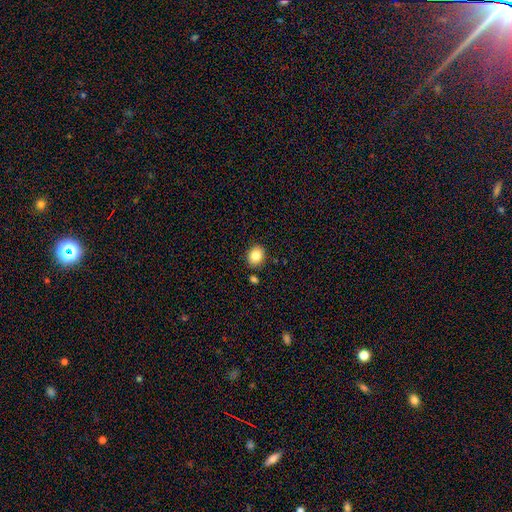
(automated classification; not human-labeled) smooth 84%, star or artifact 9%, featured or disk 7%. Down the decision tree: how rounded — round (53%); merging — none (84%).